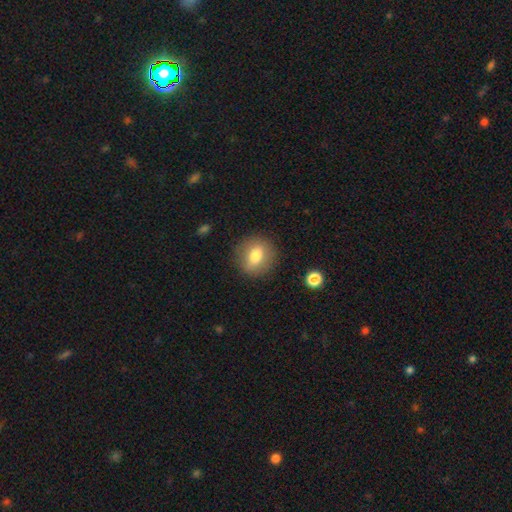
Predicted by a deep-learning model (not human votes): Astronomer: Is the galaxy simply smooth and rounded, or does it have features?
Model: smooth — 74%.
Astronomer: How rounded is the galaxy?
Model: round — 70%.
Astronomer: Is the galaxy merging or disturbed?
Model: none — 87%.